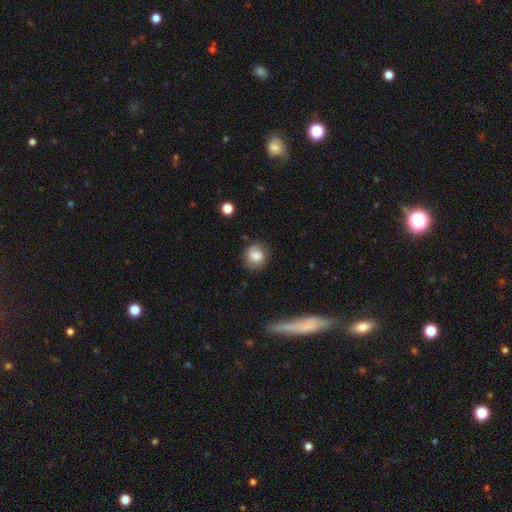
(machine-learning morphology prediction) Smooth or featured? smooth (80%)
How rounded? round (78%)
Merging? none (76%)